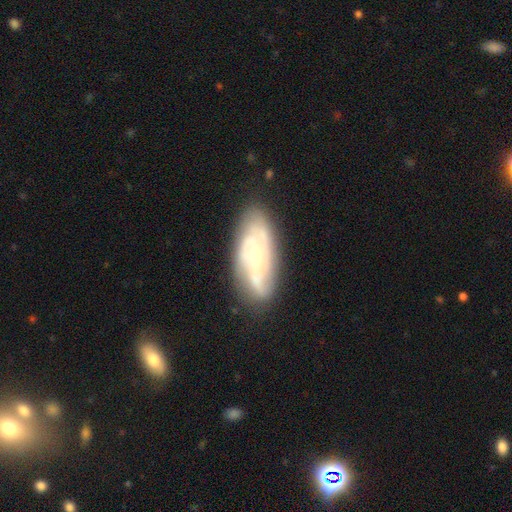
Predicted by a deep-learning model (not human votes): A featured or disk galaxy (76%) with no bar (67%), tight (54%) spiral arms (91%) and a small central bulge (62%). Merging: none (76%).